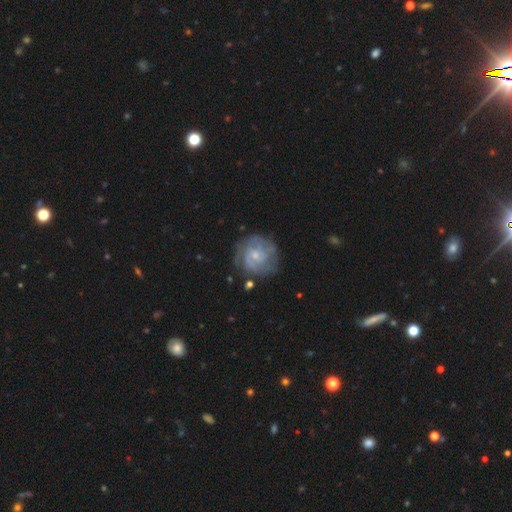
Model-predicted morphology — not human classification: This appears to be a featured or disk galaxy (74%) with no bar (63%), tight (56%) spiral arms (87%) and a small central bulge (68%). Merging: none (68%).